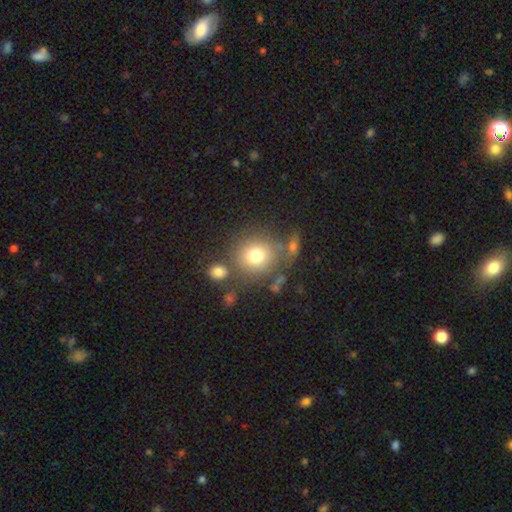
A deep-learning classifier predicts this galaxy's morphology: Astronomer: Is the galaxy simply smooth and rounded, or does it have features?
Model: smooth — 76%.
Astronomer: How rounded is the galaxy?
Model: round — 87%.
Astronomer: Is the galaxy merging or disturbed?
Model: none — 69%.